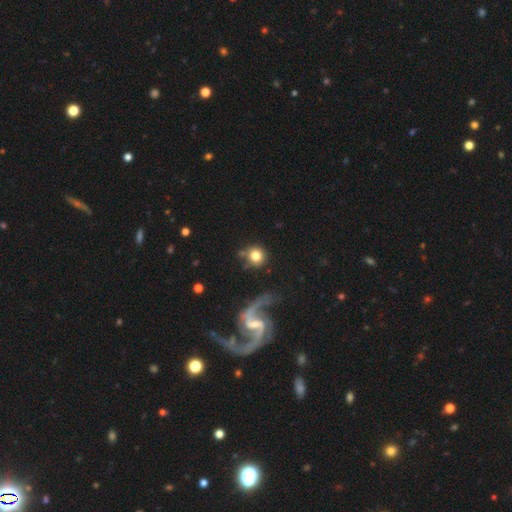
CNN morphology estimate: This appears to be a smooth galaxy with no disk features (74%) that is round (93%). Merging: none (71%).